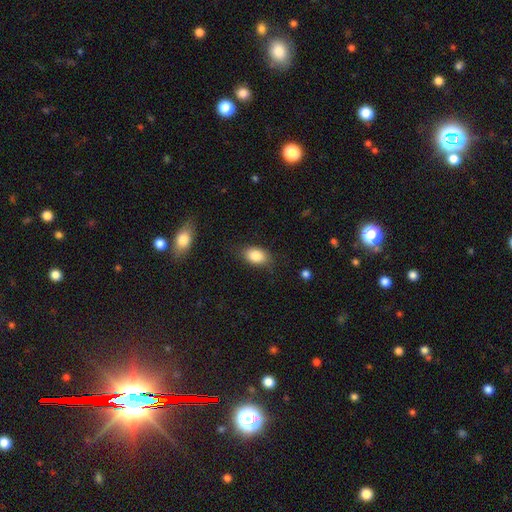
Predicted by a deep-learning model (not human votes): This appears to be a smooth galaxy with no disk features (84%) that is in between round and cigar-shaped (85%). Merging: none (77%).